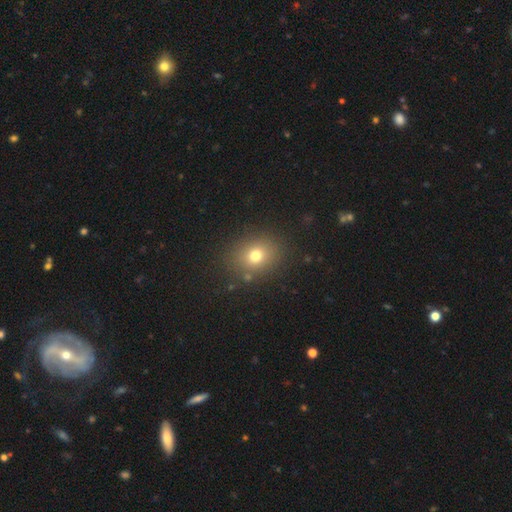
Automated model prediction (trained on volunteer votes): A smooth galaxy with no disk features (74%) that is round (62%). Merging: none (85%).